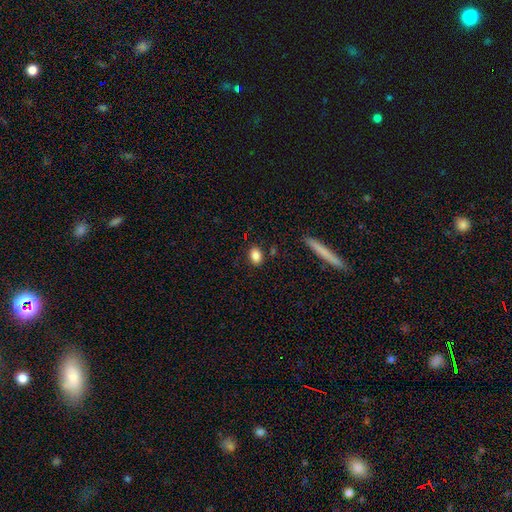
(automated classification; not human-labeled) Morphology: type=smooth (85%); roundness=in between (72%); merging=none (83%).